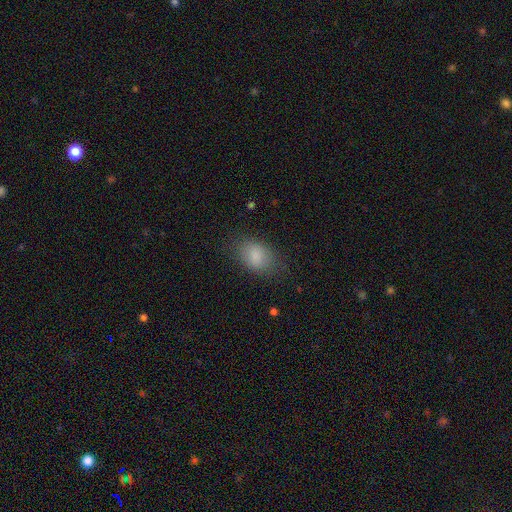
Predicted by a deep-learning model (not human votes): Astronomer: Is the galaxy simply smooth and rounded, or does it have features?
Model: smooth — 84%.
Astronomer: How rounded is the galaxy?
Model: in between — 82%.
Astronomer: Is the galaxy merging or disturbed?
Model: none — 75%.